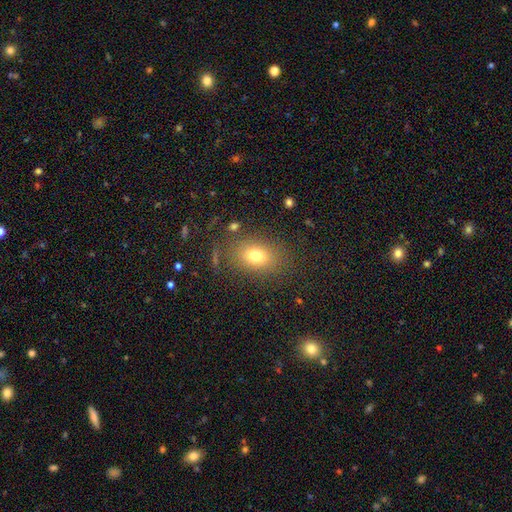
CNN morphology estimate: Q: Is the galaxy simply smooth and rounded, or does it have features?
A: smooth — 76%.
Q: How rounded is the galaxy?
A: in between — 73%.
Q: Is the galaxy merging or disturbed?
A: none — 81%.